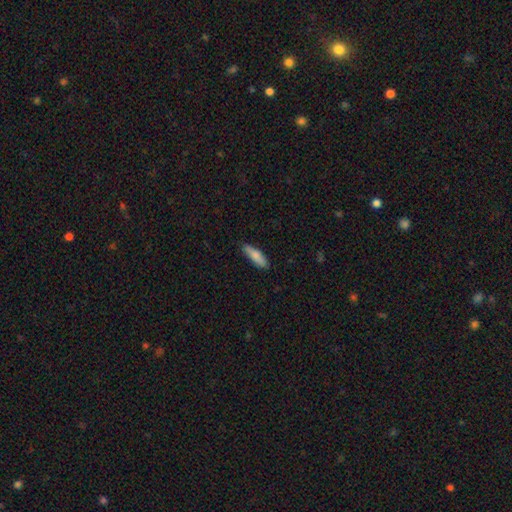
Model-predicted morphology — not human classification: Smooth or featured?
  - smooth: 81% *
  - featured or disk: 13%
  - star or artifact: 6%
How rounded?
  - cigar-shaped: 54% *
  - in between: 44%
  - round: 2%
Merging?
  - none: 80% *
  - minor disturbance: 16%
  - major disturbance: 3%
  - merger: 1%